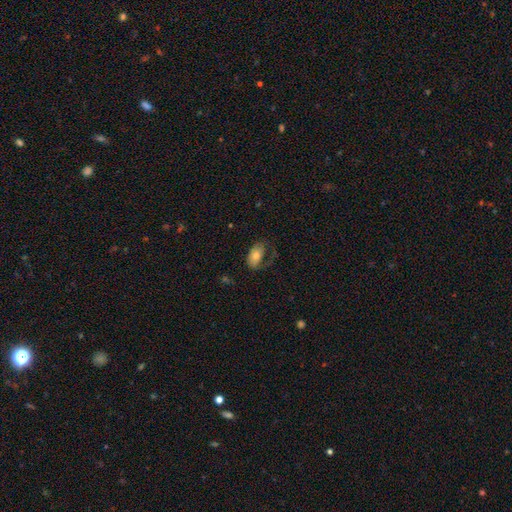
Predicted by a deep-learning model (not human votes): smooth-or-featured: smooth: 70% | featured or disk: 23% | star or artifact: 7%
  how-rounded: in between: 92% | round: 6% | cigar-shaped: 2%
  merging: none: 46% | minor disturbance: 27% | major disturbance: 25% | merger: 2%